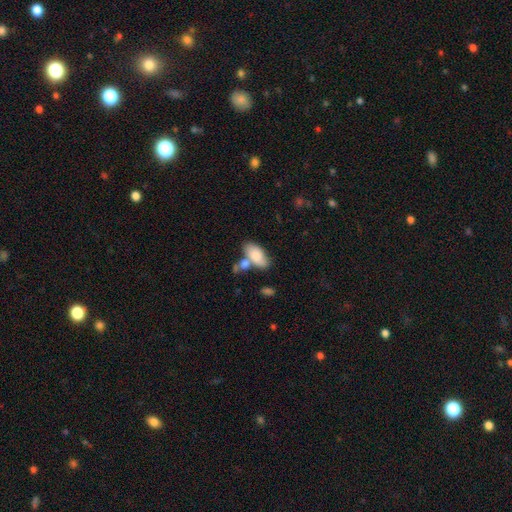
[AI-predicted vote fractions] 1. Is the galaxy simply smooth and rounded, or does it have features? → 79% smooth, 15% featured or disk, 6% star or artifact.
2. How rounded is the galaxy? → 92% in between, 5% cigar-shaped, 3% round.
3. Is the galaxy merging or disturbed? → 47% none, 30% merger, 17% minor disturbance, 6% major disturbance.